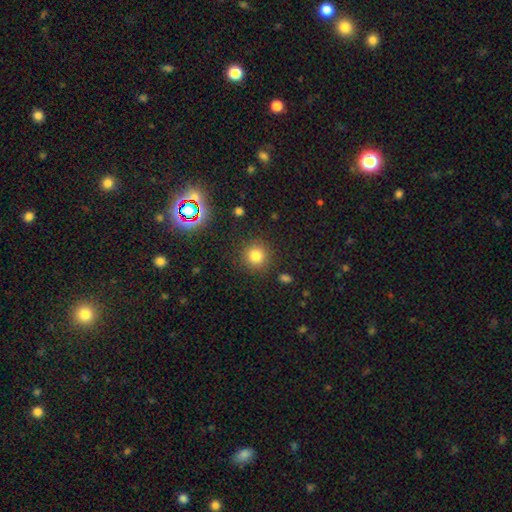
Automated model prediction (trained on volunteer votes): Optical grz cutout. It shows a smooth galaxy with no disk features (79%) that is round (92%). Merging: none (88%).